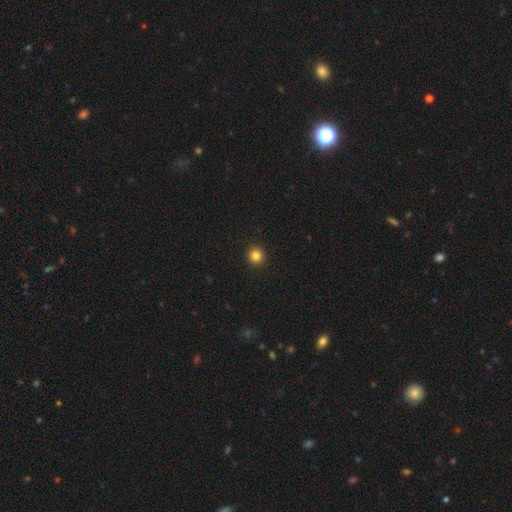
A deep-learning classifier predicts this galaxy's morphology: Smooth or featured?
  - smooth: 83% *
  - star or artifact: 12%
  - featured or disk: 5%
How rounded?
  - round: 94% *
  - in between: 5%
  - cigar-shaped: 1%
Merging?
  - none: 94% *
  - minor disturbance: 4%
  - major disturbance: 1%
  - merger: 1%